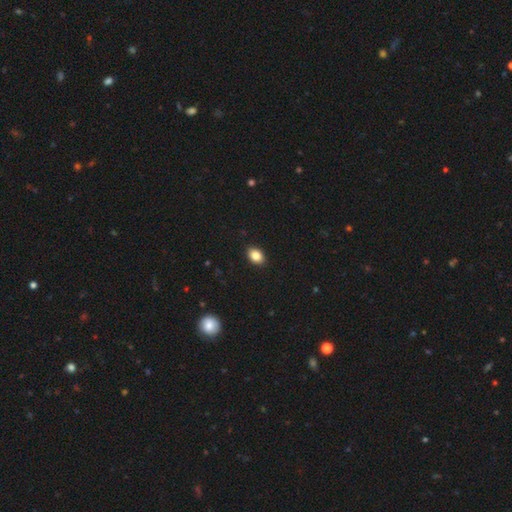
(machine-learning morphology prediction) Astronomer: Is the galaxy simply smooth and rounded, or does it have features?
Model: smooth — 85%.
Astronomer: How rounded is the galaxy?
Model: in between — 82%.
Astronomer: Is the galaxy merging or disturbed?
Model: none — 90%.